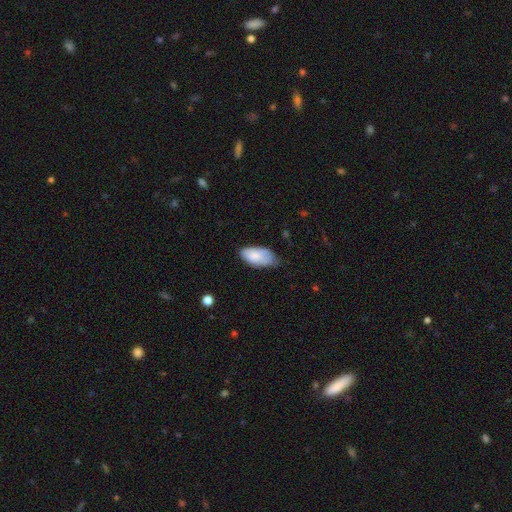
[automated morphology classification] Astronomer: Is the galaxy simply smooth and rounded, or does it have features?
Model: smooth — 82%.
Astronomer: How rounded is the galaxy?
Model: in between — 95%.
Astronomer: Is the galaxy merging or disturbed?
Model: none — 53% (runner-up: minor disturbance, 37%).